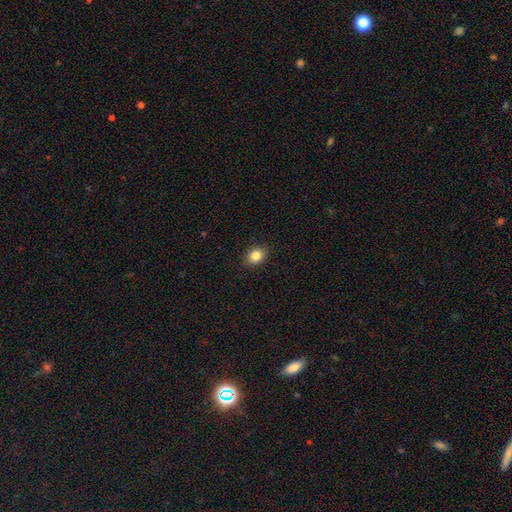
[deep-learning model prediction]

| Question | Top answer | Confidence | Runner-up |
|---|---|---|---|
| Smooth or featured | smooth | 85% | star or artifact (10%) |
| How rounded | in between | 58% | round (41%) |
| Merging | none | 89% | minor disturbance (8%) |